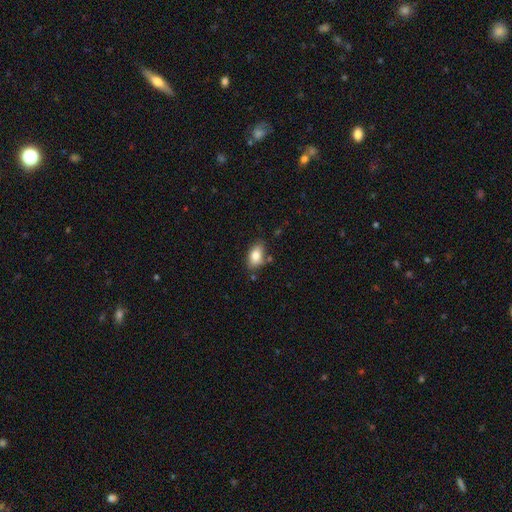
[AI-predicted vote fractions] A smooth galaxy with no disk features (82%) that is in between round and cigar-shaped (88%). Merging: none (72%).